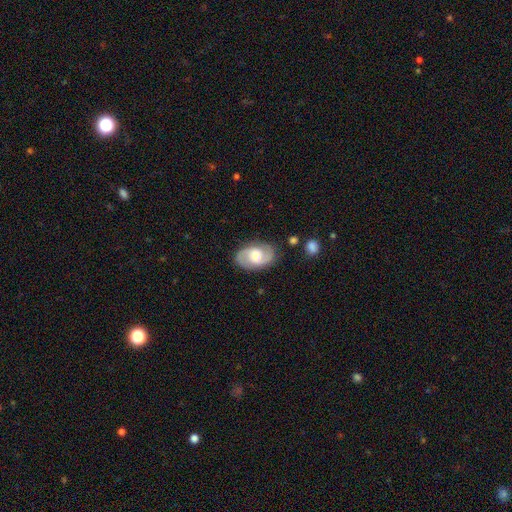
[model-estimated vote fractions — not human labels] featured or disk 71%, smooth 24%, star or artifact 6%. Down the decision tree: edge-on disk — no (96%); bar — no (46%); spiral arms — yes (90%); spiral arm count — 2 (89%); spiral winding — medium (51%); bulge size — moderate (60%); merging — none (81%).